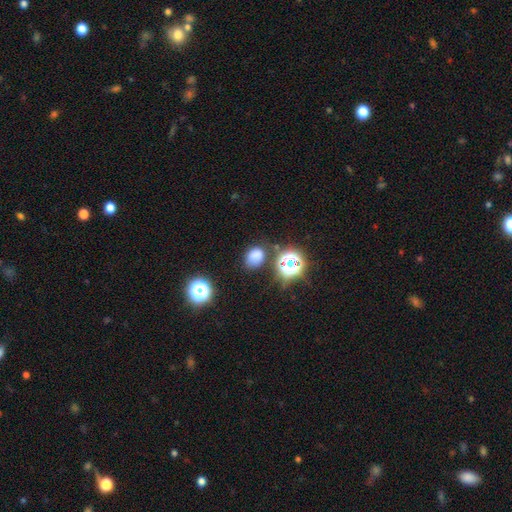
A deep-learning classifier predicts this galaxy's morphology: Smooth or featured? smooth (72%)
How rounded? in between (54%)
Merging? none (70%)